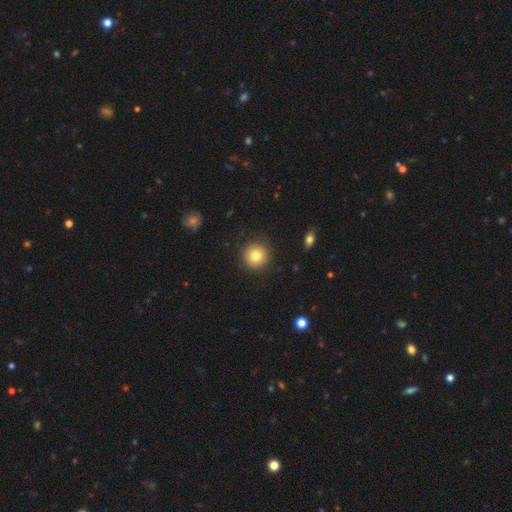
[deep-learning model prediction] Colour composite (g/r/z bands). It shows a smooth galaxy with no disk features (80%) that is round (95%). Merging: none (87%).